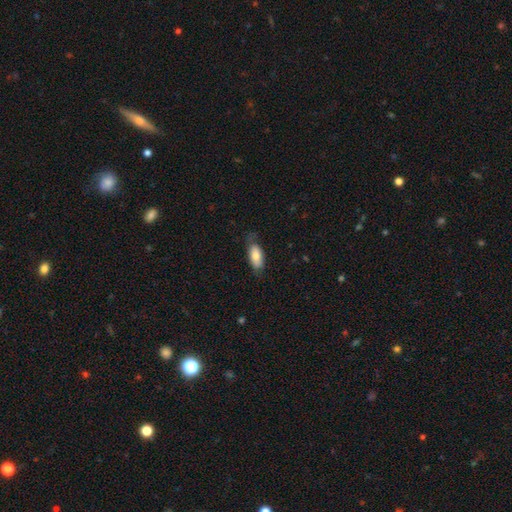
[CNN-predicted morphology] The model was most divided on "merging": none: 67%, minor disturbance: 24%, major disturbance: 7%, merger: 1%. More confident: how rounded — in between (86%); smooth or featured — smooth (76%).